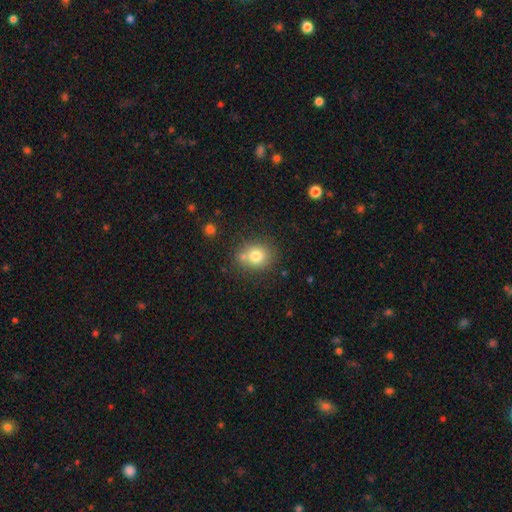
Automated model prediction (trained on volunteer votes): Smooth or featured? Predicted: smooth (p=0.77). How rounded? Predicted: round (p=0.74). Merging? Predicted: none (p=0.68).